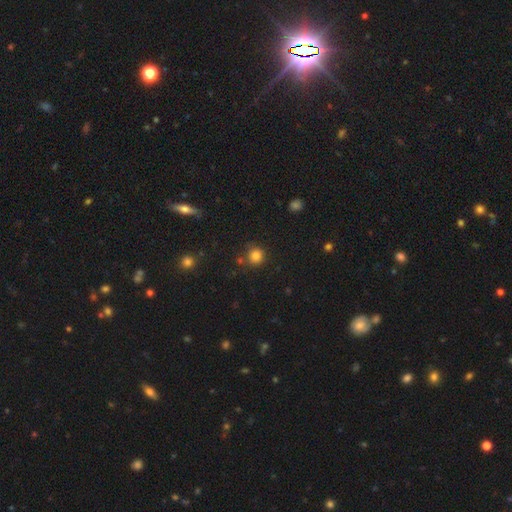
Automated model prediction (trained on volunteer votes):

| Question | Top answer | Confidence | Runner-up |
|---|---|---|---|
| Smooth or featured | smooth | 82% | star or artifact (13%) |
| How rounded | round | 92% | in between (7%) |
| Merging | none | 79% | minor disturbance (11%) |